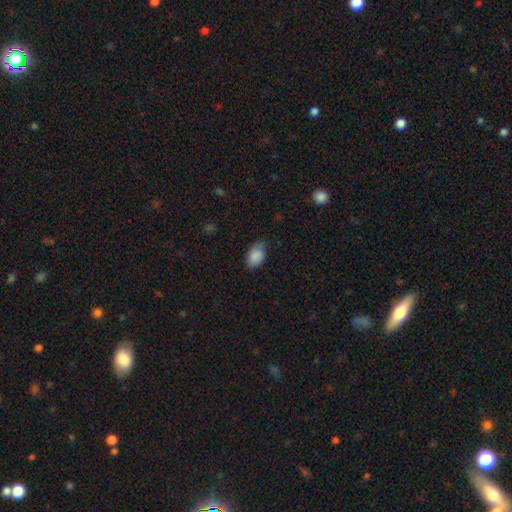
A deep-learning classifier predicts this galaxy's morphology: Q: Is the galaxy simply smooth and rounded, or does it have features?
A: smooth — 87%.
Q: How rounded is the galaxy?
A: in between — 89%.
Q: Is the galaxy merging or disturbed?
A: none — 67%.